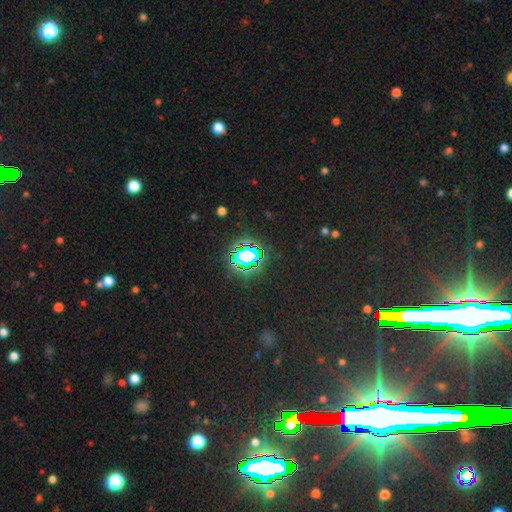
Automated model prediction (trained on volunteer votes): A star or artifact, not a galaxy (80%).

Vote fractions:
- Smooth or featured? star or artifact: 80% / smooth: 13% / featured or disk: 7%